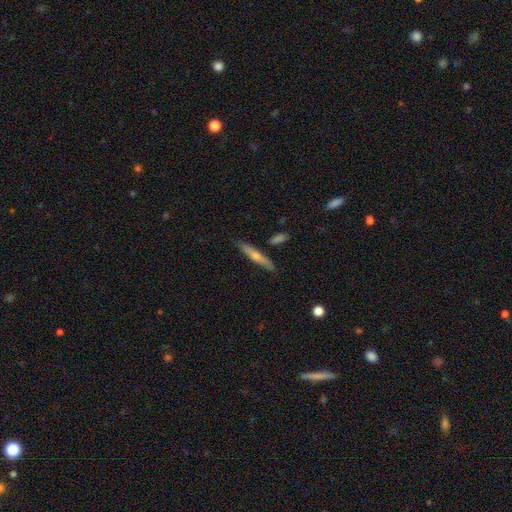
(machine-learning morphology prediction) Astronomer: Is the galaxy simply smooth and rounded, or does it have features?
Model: featured or disk — 53% (runner-up: smooth, 41%).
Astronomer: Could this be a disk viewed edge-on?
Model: yes — 92%.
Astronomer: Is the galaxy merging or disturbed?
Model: none — 84%.